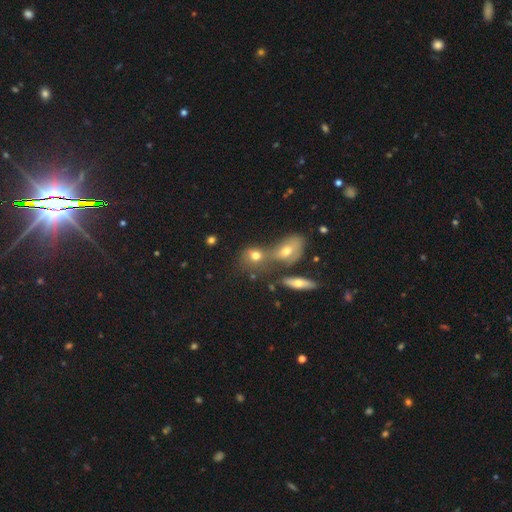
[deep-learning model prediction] A smooth galaxy with no disk features (70%) that is round (54%).

Vote fractions:
- Smooth or featured? smooth: 70% / featured or disk: 17% / star or artifact: 13%
- How rounded? round: 54% / in between: 43% / cigar-shaped: 3%
- Merging? merger: 49% / none: 35% / minor disturbance: 10% / major disturbance: 6%